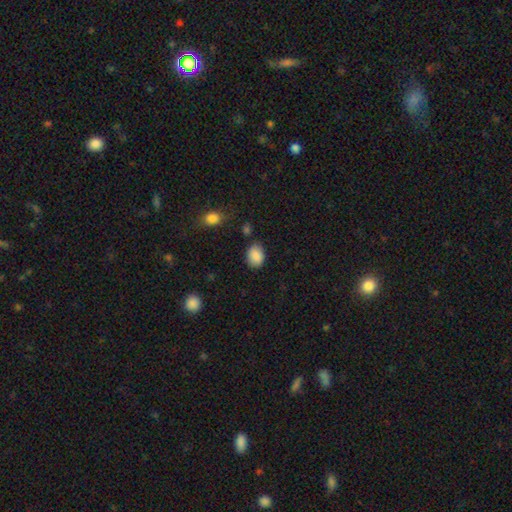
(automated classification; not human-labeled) Overall: smooth (87%). How rounded: in between (66%; round 33%). Merging: none (75%).